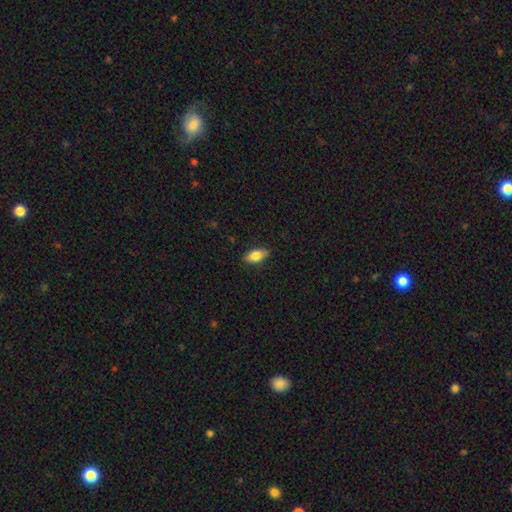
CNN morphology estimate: smooth-or-featured: smooth: 82% | featured or disk: 11% | star or artifact: 7%
  how-rounded: in between: 88% | cigar-shaped: 8% | round: 4%
  merging: none: 87% | minor disturbance: 10% | major disturbance: 2% | merger: 1%